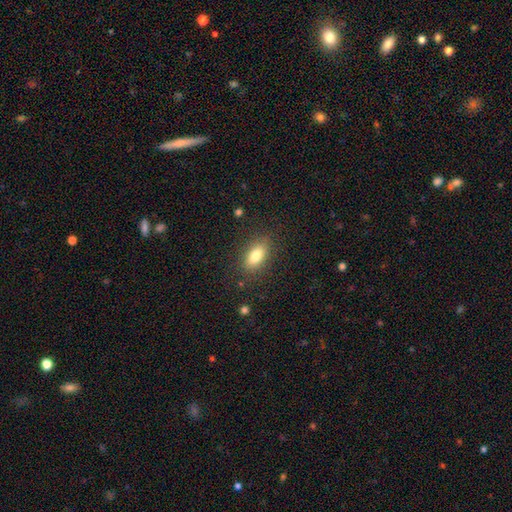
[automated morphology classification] A smooth galaxy with no disk features (79%) that is in between round and cigar-shaped (86%). Merging: none (85%).